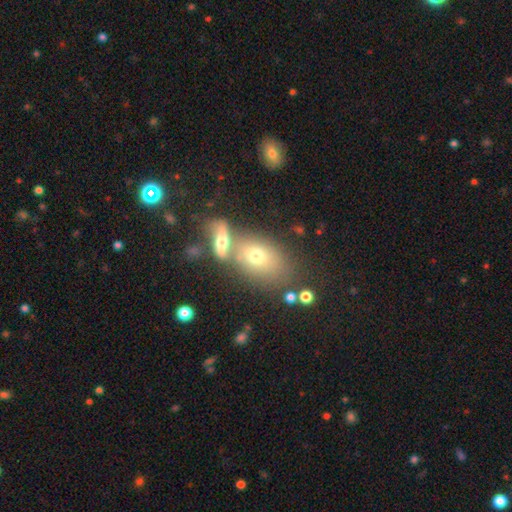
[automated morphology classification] This is likely a smooth galaxy (65%). How rounded: clearly in between (81%). Merging: marginally merger (40%, tied with none).